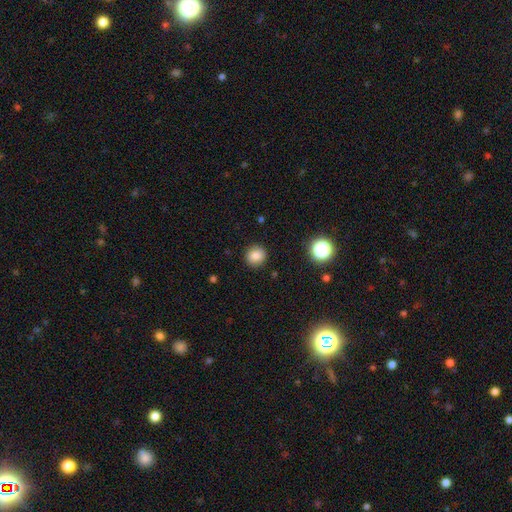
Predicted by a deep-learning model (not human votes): Morphology: type=smooth (84%); roundness=round (89%); merging=none (90%).